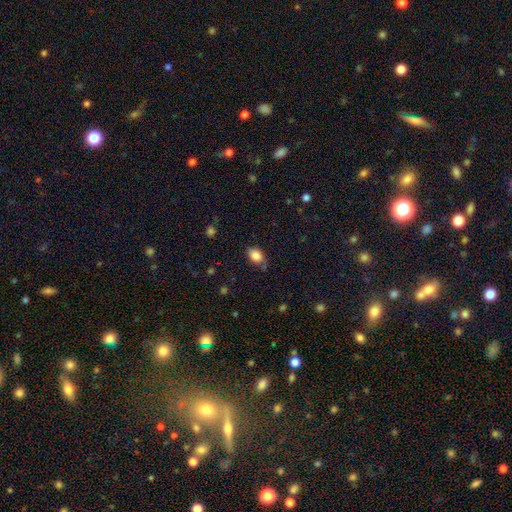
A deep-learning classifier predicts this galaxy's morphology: A smooth galaxy with no disk features (85%) that is in between round and cigar-shaped (83%). Merging: none (66%).